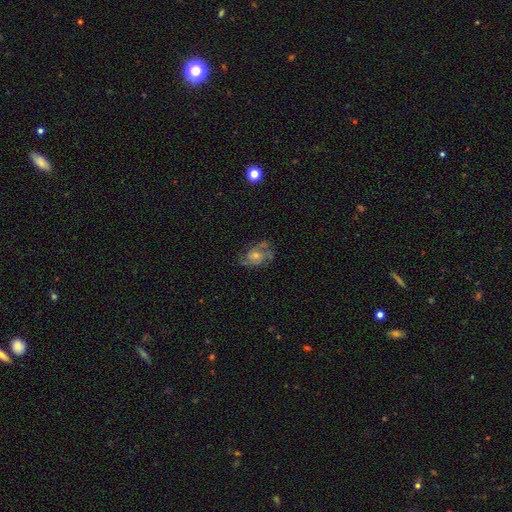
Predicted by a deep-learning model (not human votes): A featured or disk galaxy (72%) with no bar (67%), 2 (52%) medium (49%) spiral arms (87%) and a small central bulge (49%).

Vote fractions:
- Smooth or featured? featured or disk: 72% / smooth: 18% / star or artifact: 11%
- Edge-on disk? no: 96% / yes: 4%
- Bar? no: 67% / weak: 28% / strong: 5%
- Spiral arms? yes: 87% / no: 13%
- Spiral winding? medium: 49% / tight: 29% / loose: 22%
- Spiral arm count? 2: 52% / can't tell: 21% / 3: 16% / 1: 4% / 4: 4% / more than 4: 3%
- Bulge size? small: 49% / moderate: 42% / none: 4% / large: 3% / dominant: 1%
- Merging? none: 66% / minor disturbance: 20% / major disturbance: 12% / merger: 2%